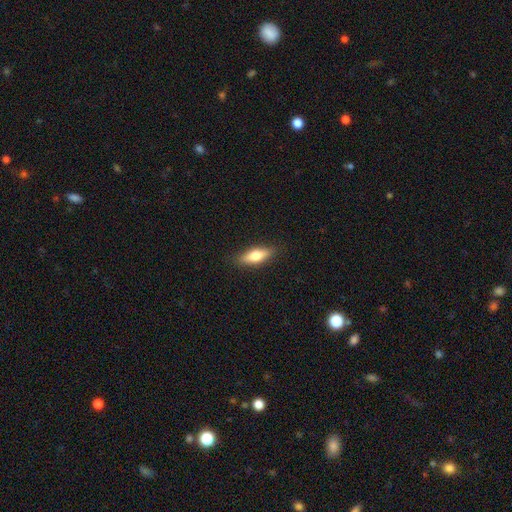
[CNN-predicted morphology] Overall: smooth (66%; featured or disk 28%). How rounded: in between (62%; cigar-shaped 35%). Merging: none (86%).